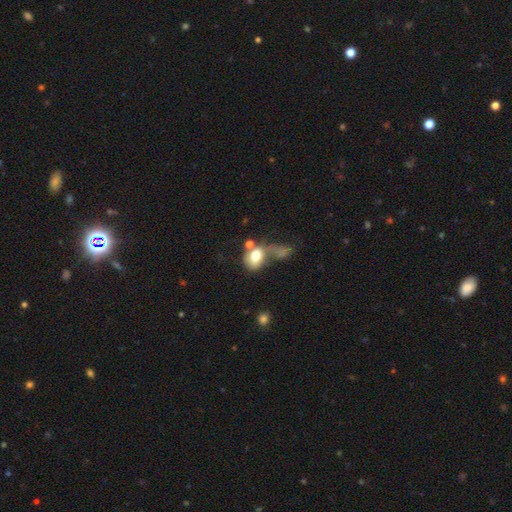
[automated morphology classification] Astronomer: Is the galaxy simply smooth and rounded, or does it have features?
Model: smooth — 71%.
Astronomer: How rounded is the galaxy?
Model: in between — 65%.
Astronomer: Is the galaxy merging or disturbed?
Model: merger — 38% (runner-up: major disturbance, 26%).